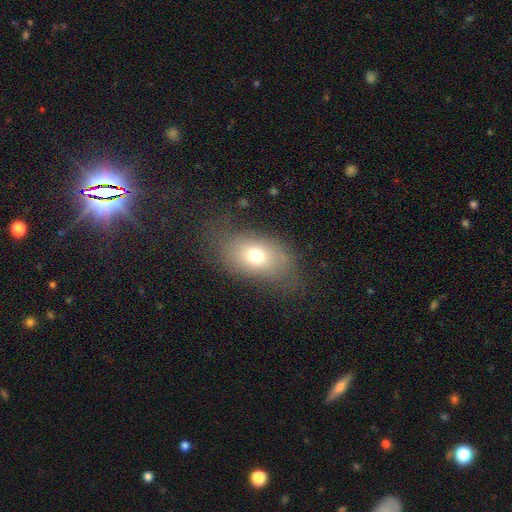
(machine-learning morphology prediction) A smooth galaxy with no disk features (69%) that is in between round and cigar-shaped (81%).

Vote fractions:
- Smooth or featured? smooth: 69% / featured or disk: 19% / star or artifact: 12%
- How rounded? in between: 81% / round: 17% / cigar-shaped: 2%
- Merging? none: 67% / minor disturbance: 19% / major disturbance: 13% / merger: 1%